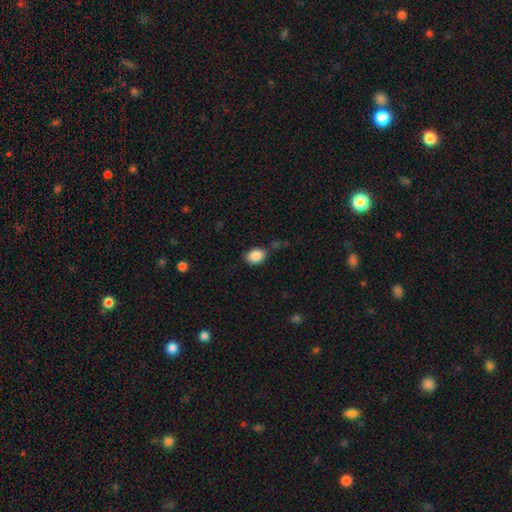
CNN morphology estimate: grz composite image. It shows a smooth galaxy with no disk features (88%) that is in between round and cigar-shaped (76%). Merging: none (72%).